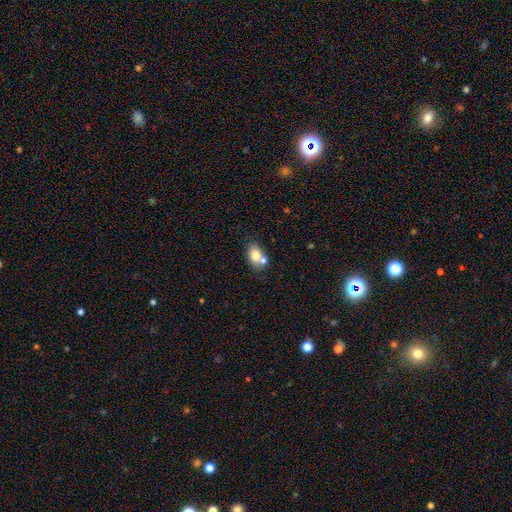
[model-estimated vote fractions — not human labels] Smooth or featured? smooth (76%)
How rounded? in between (77%)
Merging? none (47%)